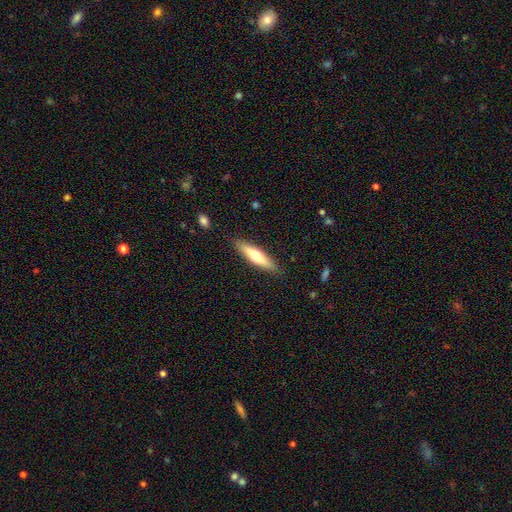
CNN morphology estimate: smooth 62%, featured or disk 33%, star or artifact 5%. Down the decision tree: how rounded — cigar-shaped (76%); merging — none (88%).